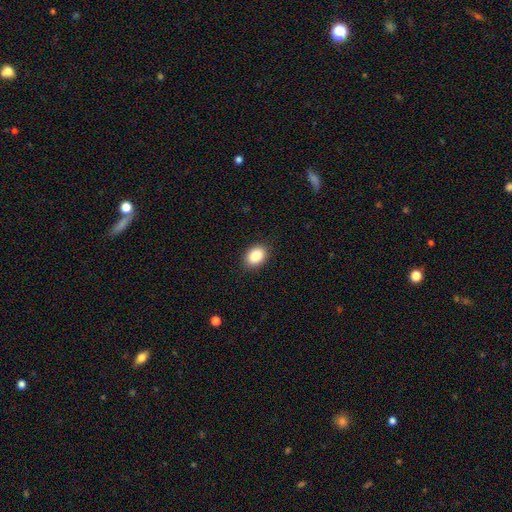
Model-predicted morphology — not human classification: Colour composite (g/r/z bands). It shows a smooth galaxy with no disk features (86%) that is in between round and cigar-shaped (70%). Merging: none (89%).